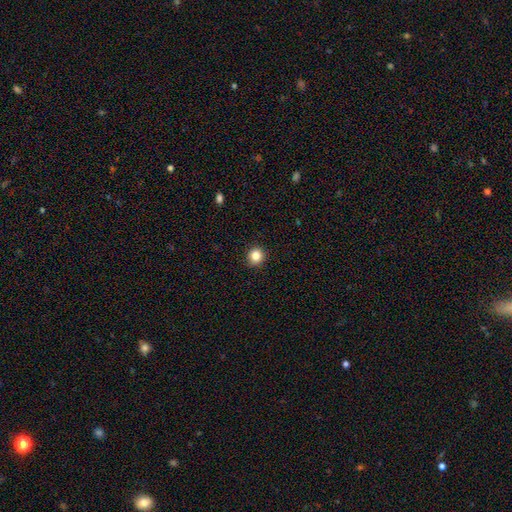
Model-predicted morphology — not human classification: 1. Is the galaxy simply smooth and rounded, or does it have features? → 84% smooth, 11% star or artifact, 5% featured or disk.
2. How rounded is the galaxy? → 91% round, 8% in between, 1% cigar-shaped.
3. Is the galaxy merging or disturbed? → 92% none, 5% minor disturbance, 2% major disturbance, 1% merger.